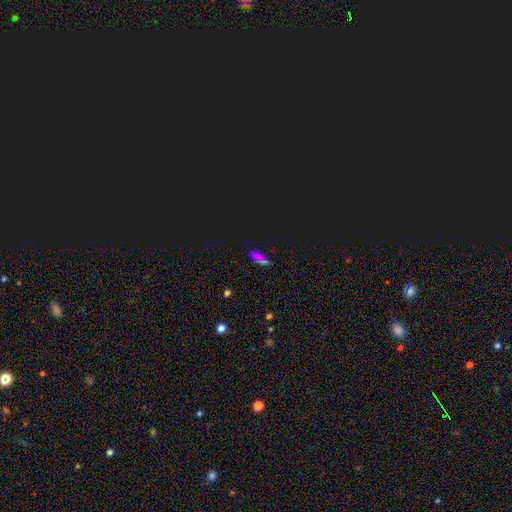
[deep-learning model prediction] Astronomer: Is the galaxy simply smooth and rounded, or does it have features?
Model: star or artifact — 46% (runner-up: smooth, 45%).